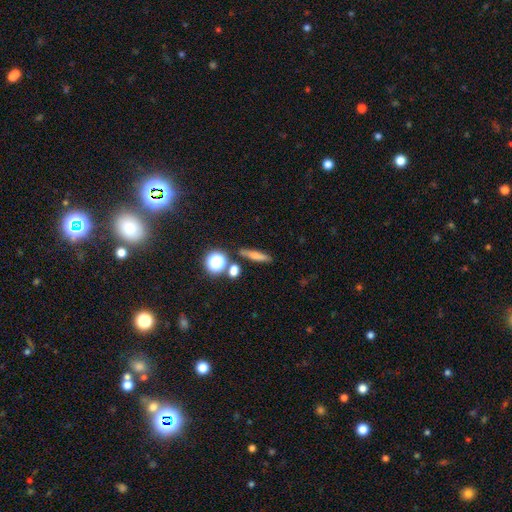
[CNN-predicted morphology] This is likely a smooth galaxy (66%). How rounded: likely cigar-shaped (66%). Merging: clearly none (81%).